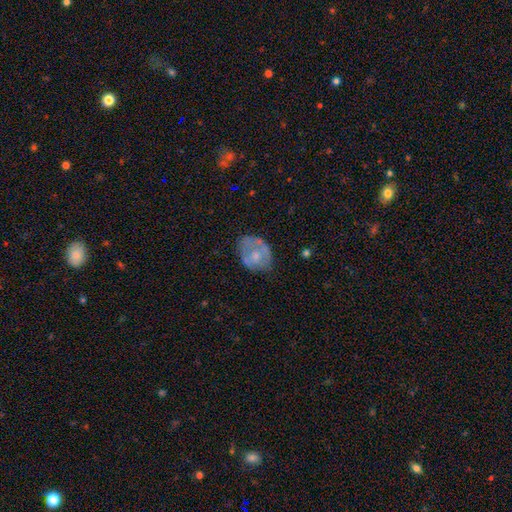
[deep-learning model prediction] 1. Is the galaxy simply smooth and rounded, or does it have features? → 49% smooth, 44% featured or disk, 7% star or artifact.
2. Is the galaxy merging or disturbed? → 53% none, 29% minor disturbance, 16% major disturbance, 3% merger.